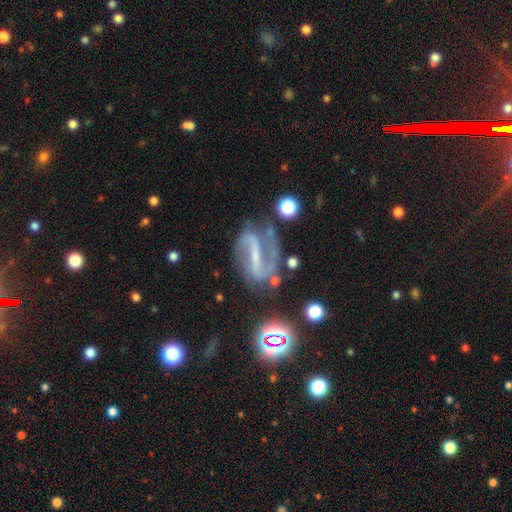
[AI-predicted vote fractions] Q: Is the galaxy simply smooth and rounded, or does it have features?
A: featured or disk — 81%.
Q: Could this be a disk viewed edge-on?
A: no — 93%.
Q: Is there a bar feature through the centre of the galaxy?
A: strong — 72%.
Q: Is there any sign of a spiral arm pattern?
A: yes — 88%.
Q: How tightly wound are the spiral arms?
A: medium — 43%.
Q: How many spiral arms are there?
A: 2 — 83%.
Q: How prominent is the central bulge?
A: small — 48%.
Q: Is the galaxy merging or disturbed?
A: none — 64%.